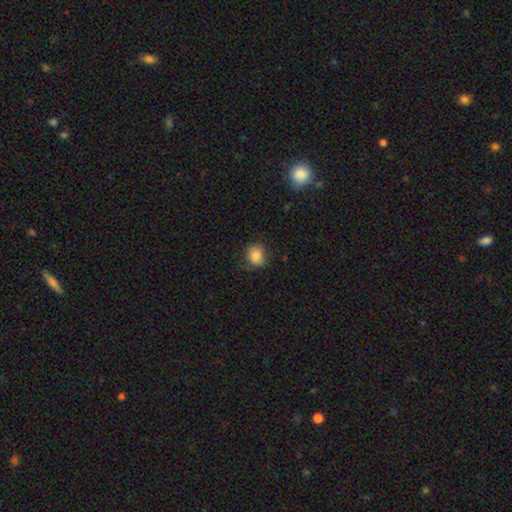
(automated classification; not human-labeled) This is clearly a smooth galaxy (84%). How rounded: likely round (77%). Merging: likely none (75%).